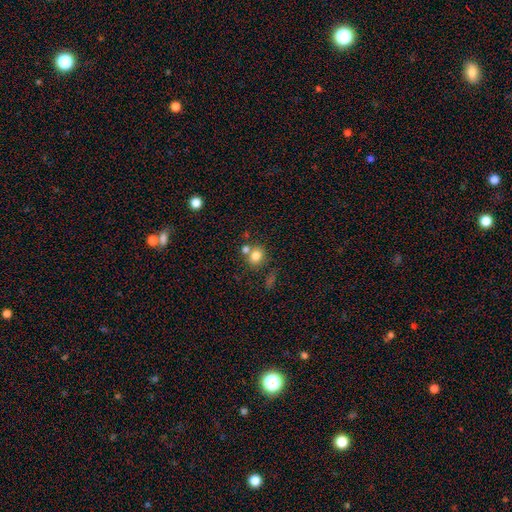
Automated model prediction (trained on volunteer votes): Morphology: type=smooth (79%); roundness=round (73%); merging=none (55%).